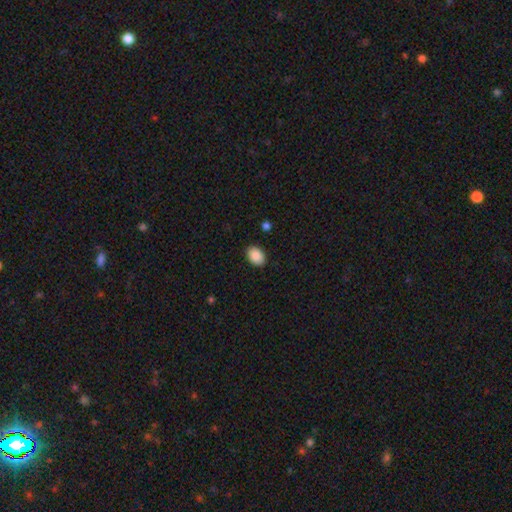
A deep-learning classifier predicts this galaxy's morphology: This is clearly a smooth galaxy (90%). How rounded: likely in between (79%). Merging: clearly none (89%).